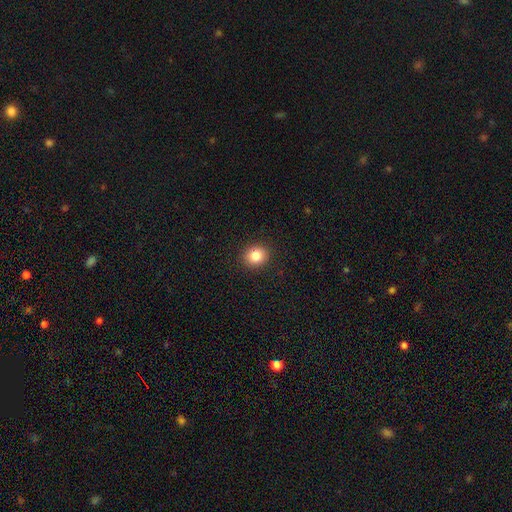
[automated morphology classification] smooth_or_featured: smooth (p=0.84) [alt: star or artifact p=0.10]
how_rounded: round (p=0.74) [alt: in between p=0.25]
merging: none (p=0.91) [alt: minor disturbance p=0.06]